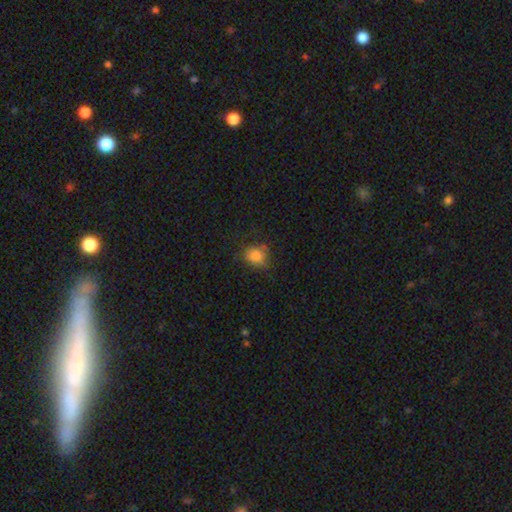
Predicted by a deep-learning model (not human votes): Q: Smooth or featured?
A: smooth (83%); runner-up: star or artifact (11%)
Q: How rounded?
A: round (68%); runner-up: in between (31%)
Q: Merging?
A: none (70%); runner-up: minor disturbance (21%)